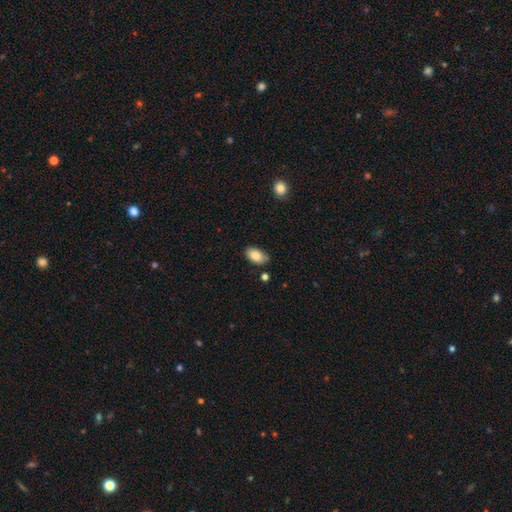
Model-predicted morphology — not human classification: smooth 86%, star or artifact 7%, featured or disk 6%. Down the decision tree: how rounded — in between (92%); merging — none (76%).